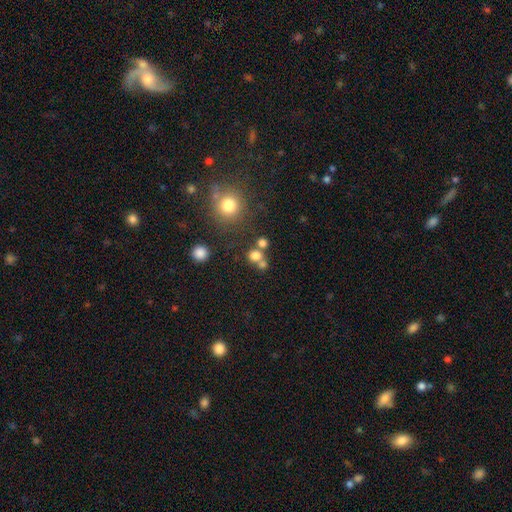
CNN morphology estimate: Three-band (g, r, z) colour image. It shows a smooth galaxy with no disk features (74%) that is round (81%). Merging: none (53%).